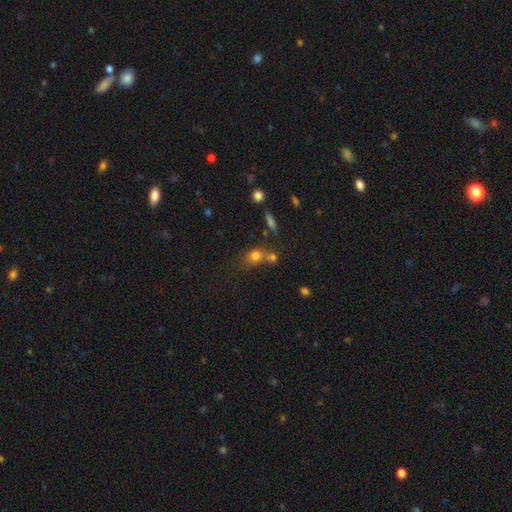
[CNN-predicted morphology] Smooth or featured: smooth — 75% (star or artifact — 14%)
How rounded: round — 56% (in between — 41%)
Merging: none — 44% (merger — 36%)